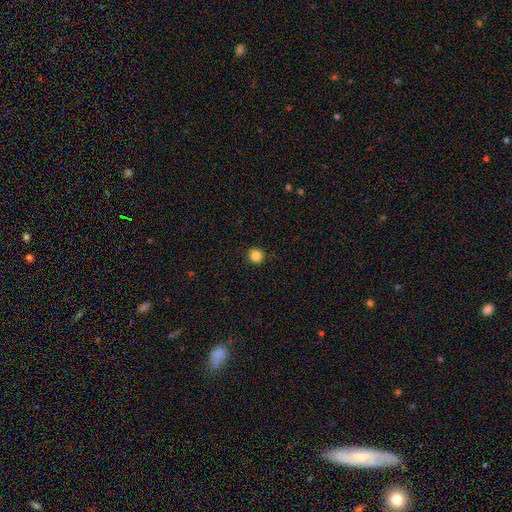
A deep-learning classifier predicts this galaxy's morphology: Smooth or featured?
  - smooth: 85% *
  - star or artifact: 11%
  - featured or disk: 4%
How rounded?
  - round: 94% *
  - in between: 5%
  - cigar-shaped: 1%
Merging?
  - none: 92% *
  - minor disturbance: 5%
  - major disturbance: 2%
  - merger: 1%